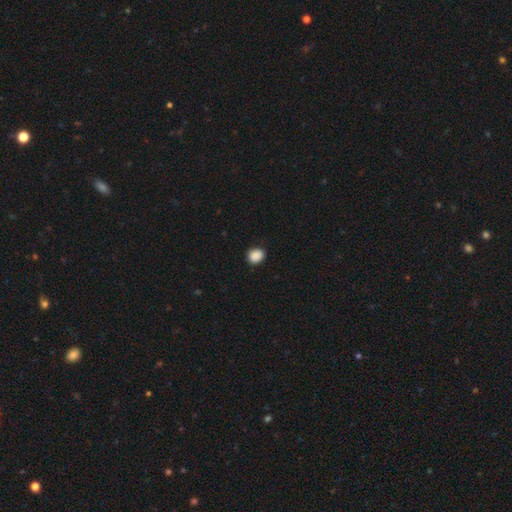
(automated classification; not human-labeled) Smooth or featured? smooth (89%)
How rounded? round (65%)
Merging? none (88%)